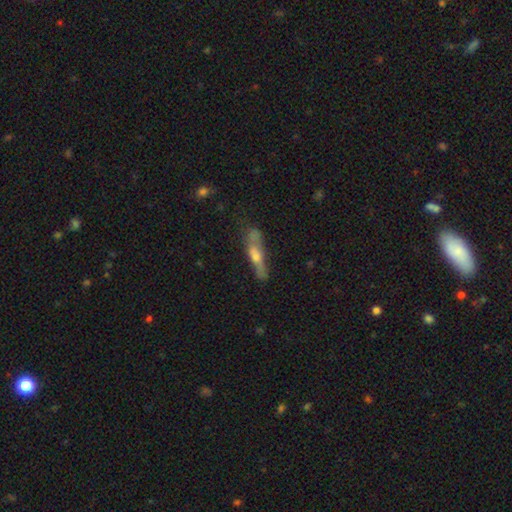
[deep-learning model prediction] smooth 46% (tied), featured or disk 46% (tied), star or artifact 8%. Down the decision tree: merging — none (54%).